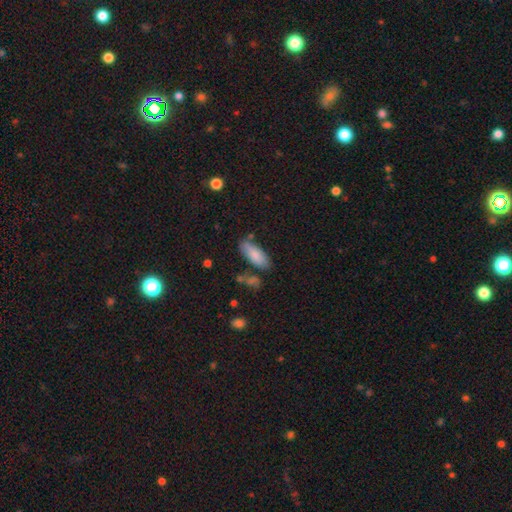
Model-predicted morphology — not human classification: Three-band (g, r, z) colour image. It shows a smooth galaxy with no disk features (84%) that is in between round and cigar-shaped (71%). Merging: none (72%).